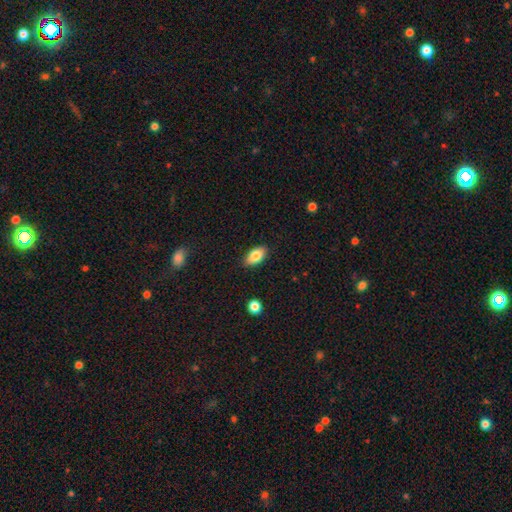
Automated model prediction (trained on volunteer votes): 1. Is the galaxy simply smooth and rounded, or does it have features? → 83% smooth, 10% featured or disk, 7% star or artifact.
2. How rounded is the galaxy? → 92% in between, 4% round, 3% cigar-shaped.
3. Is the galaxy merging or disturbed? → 87% none, 10% minor disturbance, 2% major disturbance, 1% merger.